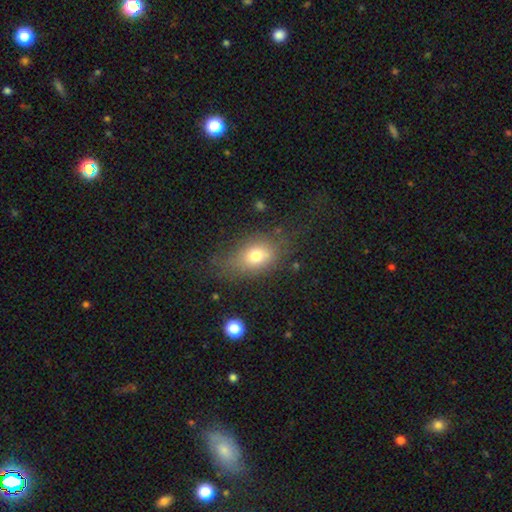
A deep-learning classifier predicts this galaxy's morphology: Smooth or featured: smooth — 72% (featured or disk — 16%)
How rounded: in between — 71% (round — 26%)
Merging: none — 60% (minor disturbance — 23%)